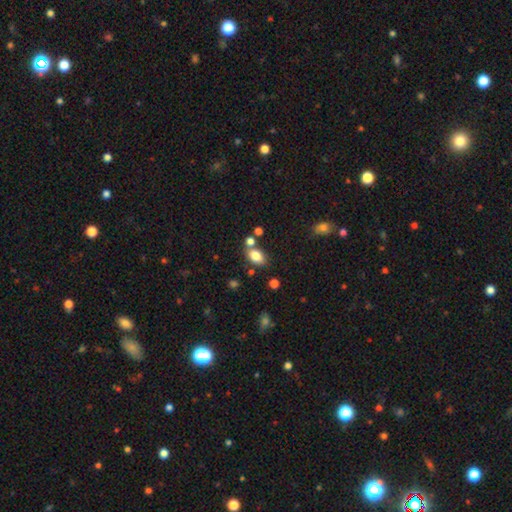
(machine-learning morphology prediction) smooth_or_featured: smooth (p=0.81) [alt: star or artifact p=0.10]
how_rounded: in between (p=0.84) [alt: round p=0.15]
merging: none (p=0.67) [alt: merger p=0.17]